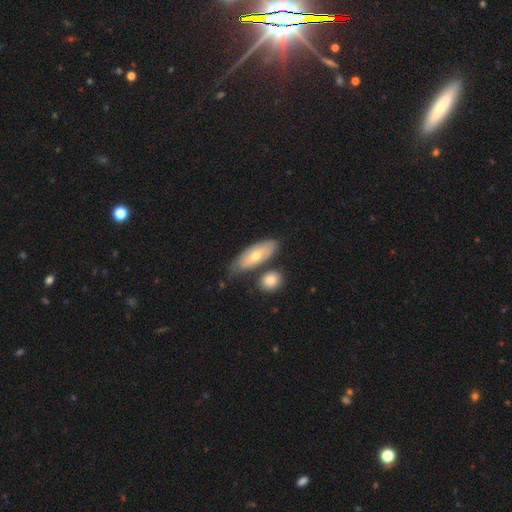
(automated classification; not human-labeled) Overall: smooth (61%; featured or disk 33%). How rounded: in between (72%). Merging: none (62%).